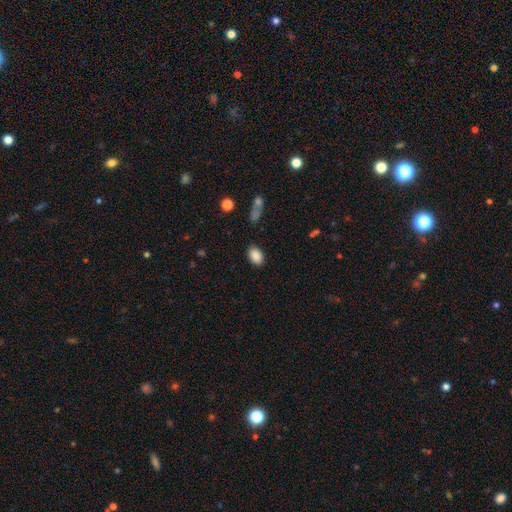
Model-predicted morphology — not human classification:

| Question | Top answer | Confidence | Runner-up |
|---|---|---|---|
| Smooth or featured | smooth | 88% | star or artifact (8%) |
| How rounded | in between | 84% | round (14%) |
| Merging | none | 85% | minor disturbance (10%) |